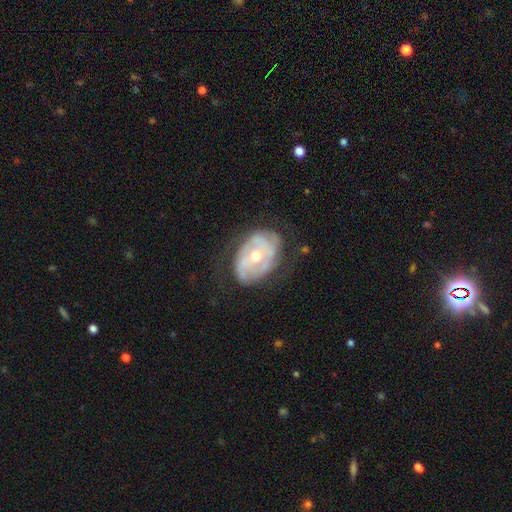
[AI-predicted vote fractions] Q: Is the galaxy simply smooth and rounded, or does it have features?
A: featured or disk — 77%.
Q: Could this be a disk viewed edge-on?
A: no — 96%.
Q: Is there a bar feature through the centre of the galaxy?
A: no — 64%.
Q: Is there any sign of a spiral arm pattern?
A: yes — 75%.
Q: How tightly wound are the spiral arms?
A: tight — 53%.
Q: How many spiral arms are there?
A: can't tell — 40%.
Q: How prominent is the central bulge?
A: moderate — 69%.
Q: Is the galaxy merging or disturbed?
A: none — 62%.